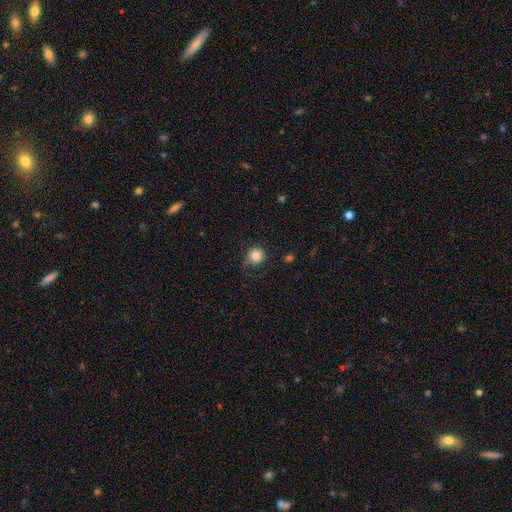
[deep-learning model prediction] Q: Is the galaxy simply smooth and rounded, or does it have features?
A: smooth — 83%.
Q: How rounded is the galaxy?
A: round — 92%.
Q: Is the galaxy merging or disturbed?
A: none — 71%.